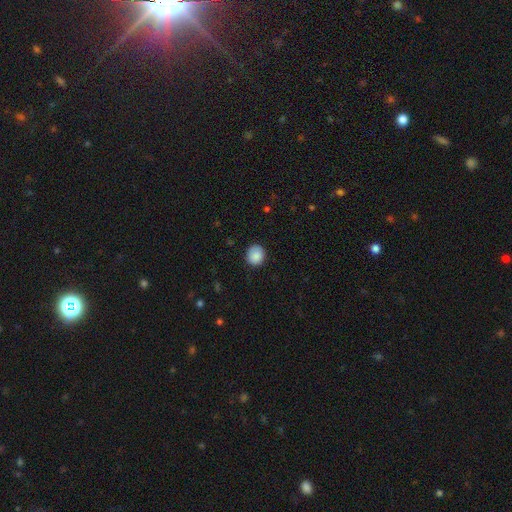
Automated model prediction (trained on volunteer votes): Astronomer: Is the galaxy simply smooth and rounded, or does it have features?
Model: smooth — 87%.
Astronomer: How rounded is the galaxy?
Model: round — 83%.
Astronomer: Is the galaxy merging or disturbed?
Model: none — 83%.